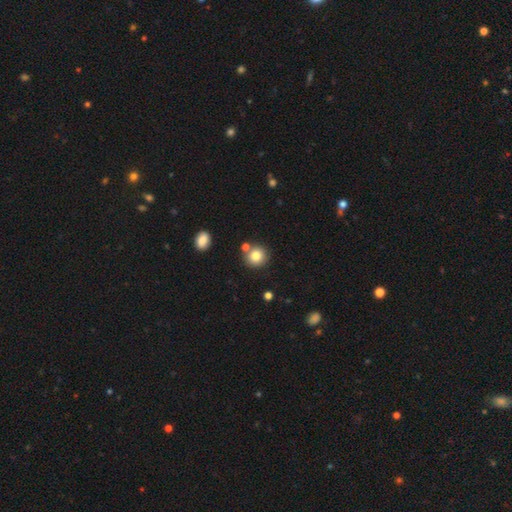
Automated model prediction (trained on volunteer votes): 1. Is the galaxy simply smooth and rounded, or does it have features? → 81% smooth, 10% star or artifact, 8% featured or disk.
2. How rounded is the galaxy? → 91% round, 8% in between, 1% cigar-shaped.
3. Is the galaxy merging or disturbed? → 76% none, 13% merger, 8% minor disturbance, 2% major disturbance.